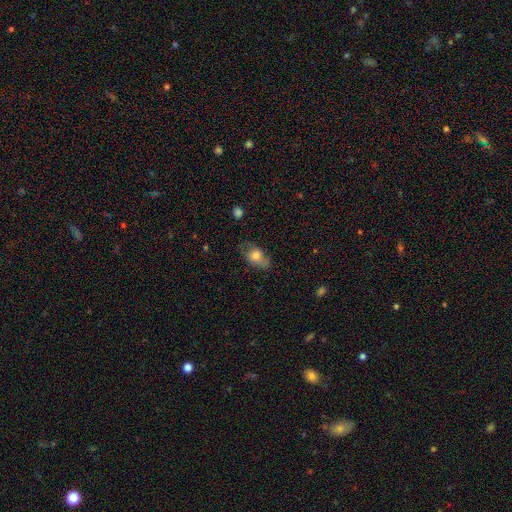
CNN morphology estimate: smooth-or-featured: smooth: 69% | featured or disk: 22% | star or artifact: 9%
  how-rounded: in between: 79% | round: 18% | cigar-shaped: 3%
  merging: none: 53% | minor disturbance: 30% | major disturbance: 15% | merger: 2%